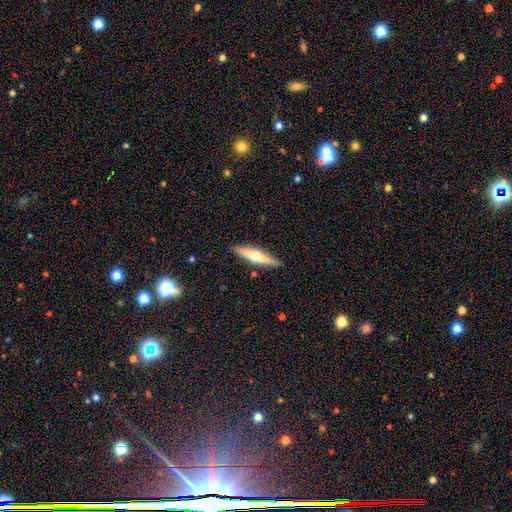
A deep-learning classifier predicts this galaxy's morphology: A featured or disk galaxy (52%) viewed edge-on (93%). Merging: none (89%).